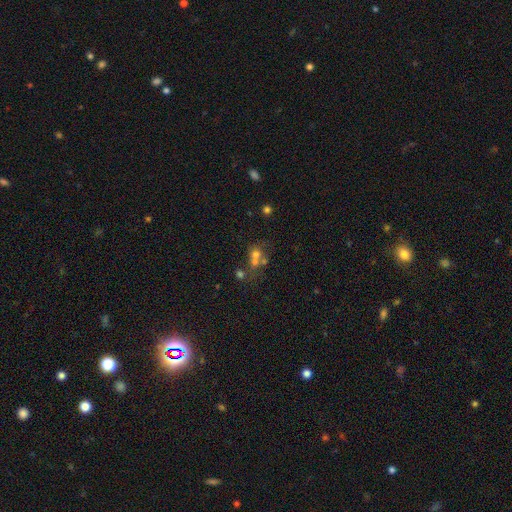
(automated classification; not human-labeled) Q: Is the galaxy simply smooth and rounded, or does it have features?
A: smooth — 57%.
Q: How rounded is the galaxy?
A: round — 75%.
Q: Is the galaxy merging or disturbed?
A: merger — 53%.